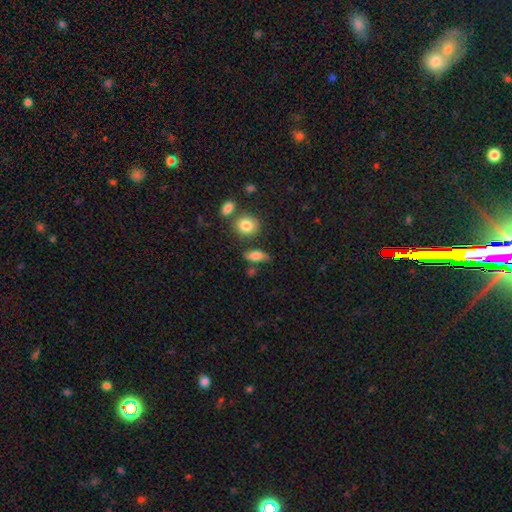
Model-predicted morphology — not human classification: Smooth or featured: smooth — 78% (featured or disk — 13%)
How rounded: in between — 74% (cigar-shaped — 16%)
Merging: none — 69% (minor disturbance — 17%)